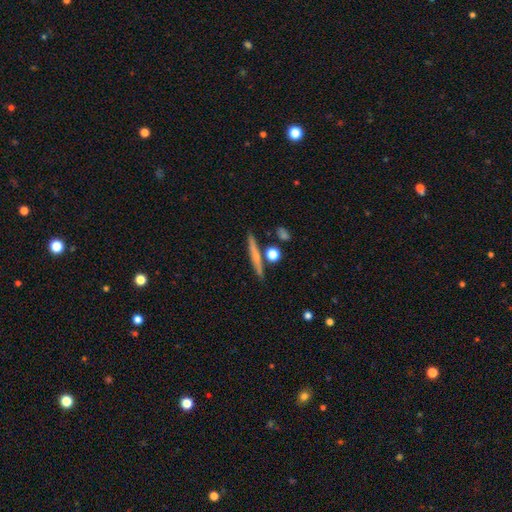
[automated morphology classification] The model was most divided on "smooth or featured" (2-way tie): featured or disk: 46%, smooth: 46%, star or artifact: 8%. More confident: merging — none (81%).